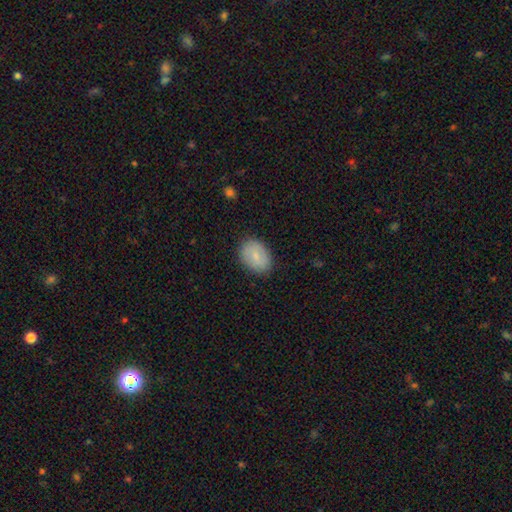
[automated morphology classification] This appears to be a smooth galaxy with no disk features (79%) that is in between round and cigar-shaped (76%). Merging: none (85%).